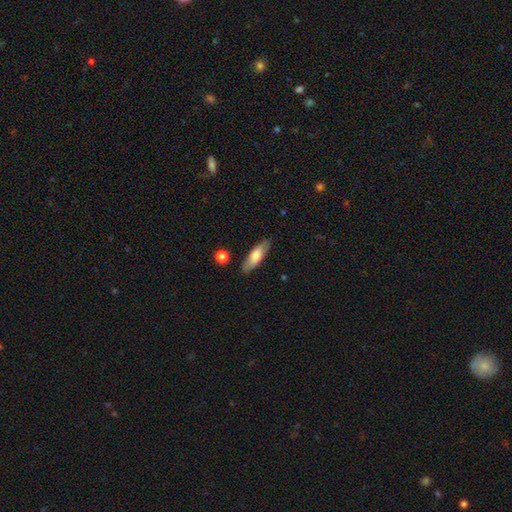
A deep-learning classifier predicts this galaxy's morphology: smooth-or-featured: smooth: 69% | featured or disk: 25% | star or artifact: 6%
  how-rounded: cigar-shaped: 50% | in between: 48% | round: 2%
  merging: none: 86% | minor disturbance: 10% | merger: 2% | major disturbance: 2%